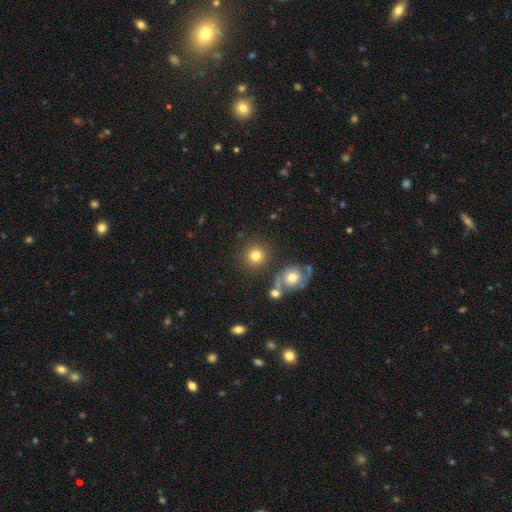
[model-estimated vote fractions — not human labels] Q: Smooth or featured?
A: smooth (79%); runner-up: star or artifact (12%)
Q: How rounded?
A: round (90%); runner-up: in between (9%)
Q: Merging?
A: none (80%); runner-up: minor disturbance (9%)